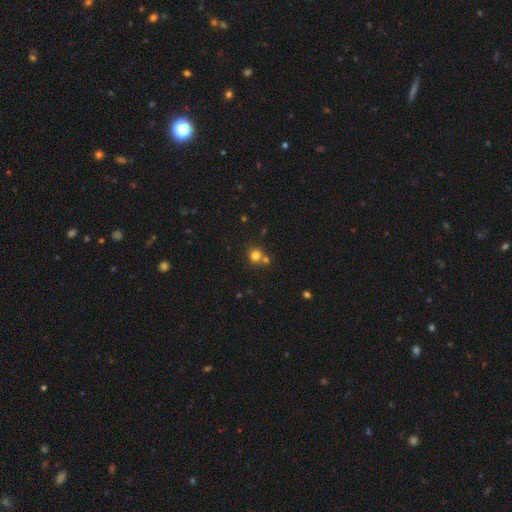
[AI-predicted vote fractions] The model was most divided on "merging": none: 60%, merger: 29%, minor disturbance: 8%, major disturbance: 3%. More confident: how rounded — round (87%); smooth or featured — smooth (79%).